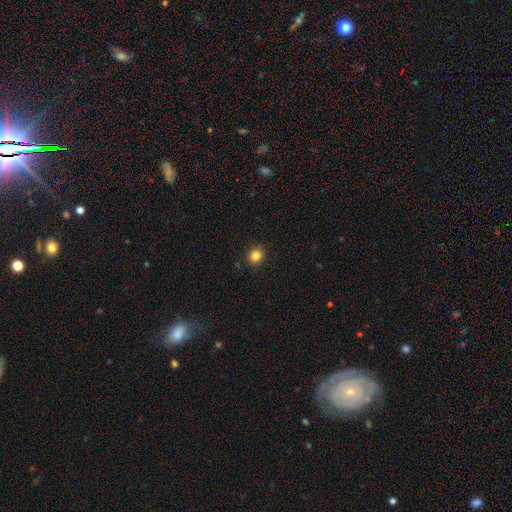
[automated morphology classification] type=smooth (84%); roundness=round (81%); merging=none (91%).